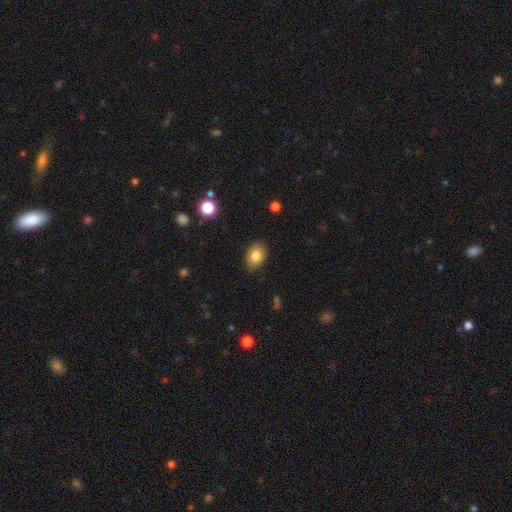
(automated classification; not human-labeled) Morphology: type=smooth (82%); roundness=in between (76%); merging=none (83%).